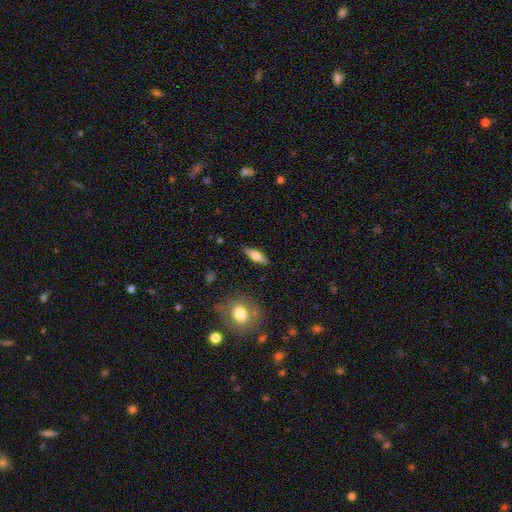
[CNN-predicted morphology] Smooth or featured?
  - smooth: 49% *
  - featured or disk: 44%
  - star or artifact: 7%
Merging?
  - none: 87% *
  - minor disturbance: 9%
  - major disturbance: 2%
  - merger: 2%